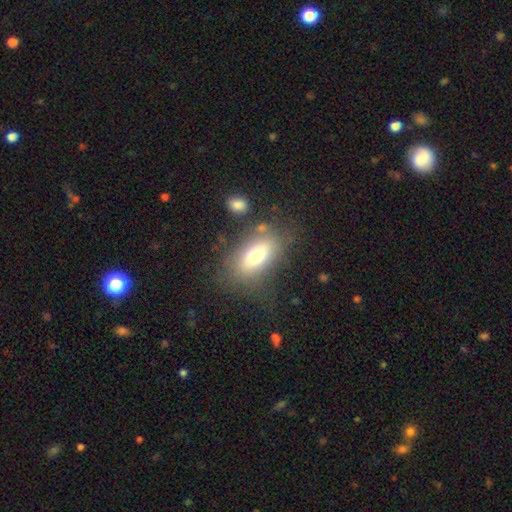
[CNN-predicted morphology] Smooth or featured: smooth — 72% (featured or disk — 19%)
How rounded: in between — 86% (cigar-shaped — 9%)
Merging: none — 68% (minor disturbance — 17%)